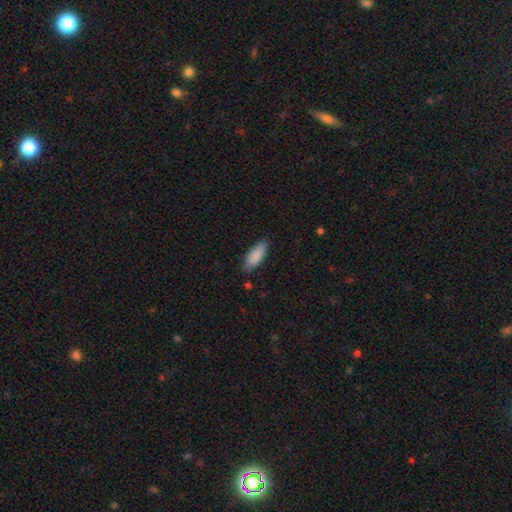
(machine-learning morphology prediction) A smooth galaxy with no disk features (87%) that is in between round and cigar-shaped (72%). Merging: none (82%).